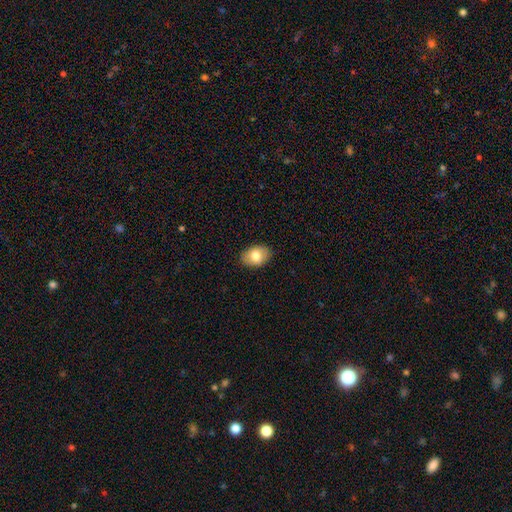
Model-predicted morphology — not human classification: smooth-or-featured: smooth: 80% | featured or disk: 13% | star or artifact: 7%
  how-rounded: in between: 83% | round: 16% | cigar-shaped: 1%
  merging: none: 88% | minor disturbance: 9% | major disturbance: 2% | merger: 1%